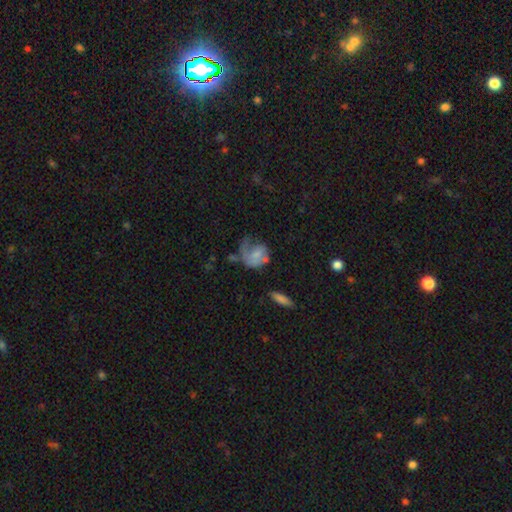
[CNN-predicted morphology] type=smooth (46%); merging=major disturbance (41%).